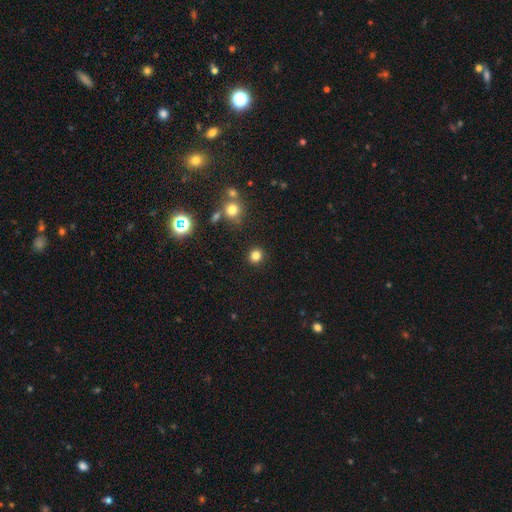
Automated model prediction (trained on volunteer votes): Smooth or featured?
  - smooth: 80% *
  - star or artifact: 15%
  - featured or disk: 5%
How rounded?
  - round: 90% *
  - in between: 9%
  - cigar-shaped: 1%
Merging?
  - none: 90% *
  - minor disturbance: 6%
  - merger: 3%
  - major disturbance: 2%